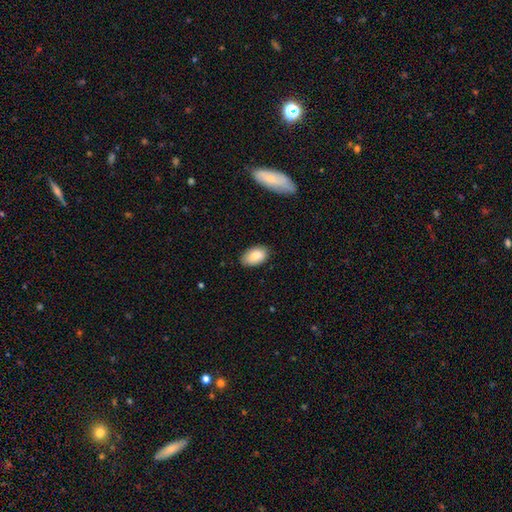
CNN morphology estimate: A smooth galaxy with no disk features (85%) that is in between round and cigar-shaped (92%).

Vote fractions:
- Smooth or featured? smooth: 85% / featured or disk: 8% / star or artifact: 7%
- How rounded? in between: 92% / round: 6% / cigar-shaped: 1%
- Merging? none: 81% / minor disturbance: 15% / major disturbance: 2% / merger: 1%